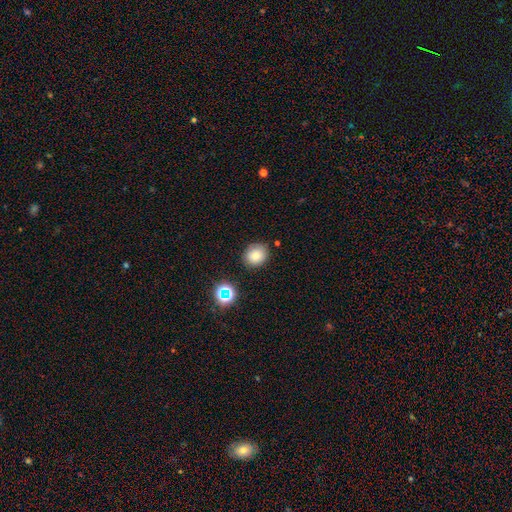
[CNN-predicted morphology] Overall: smooth (79%). How rounded: round (74%). Merging: none (81%).